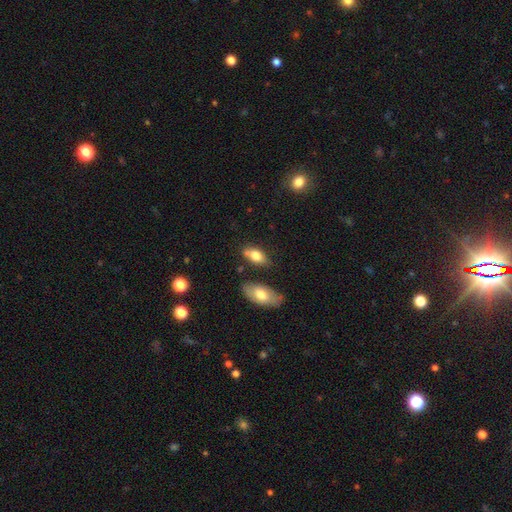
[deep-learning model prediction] Smooth or featured?
  - smooth: 76% *
  - featured or disk: 17%
  - star or artifact: 7%
How rounded?
  - in between: 87% *
  - cigar-shaped: 7%
  - round: 6%
Merging?
  - none: 60% *
  - minor disturbance: 22%
  - merger: 12%
  - major disturbance: 6%